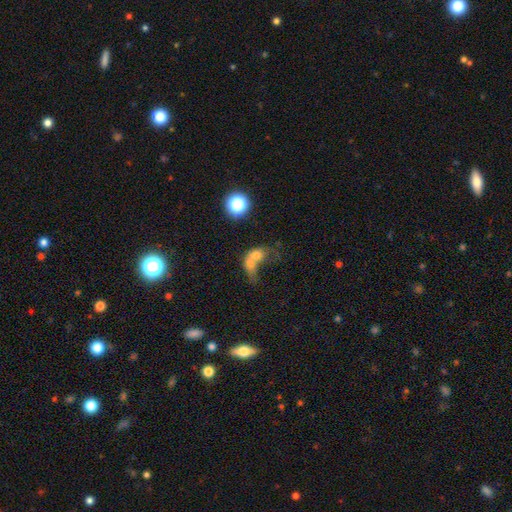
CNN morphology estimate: This is likely a smooth galaxy (61%). How rounded: possibly in between (50%). Merging: likely merger (71%).